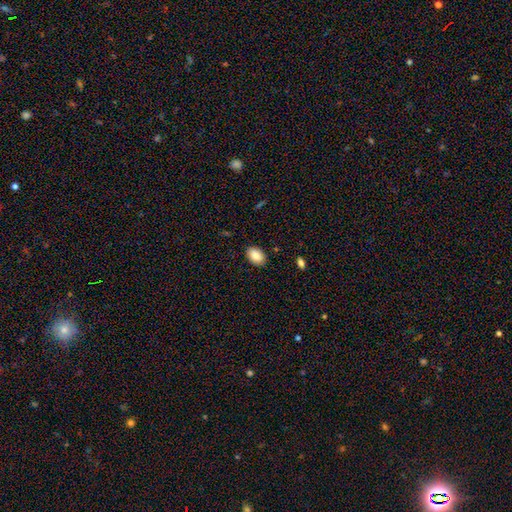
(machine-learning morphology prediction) This is clearly a smooth galaxy (87%). How rounded: clearly in between (86%). Merging: clearly none (88%).